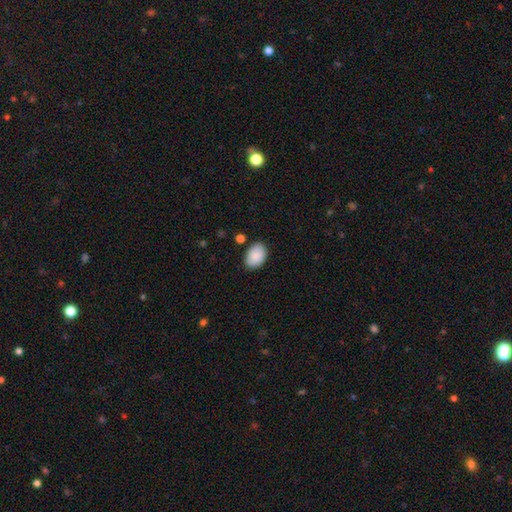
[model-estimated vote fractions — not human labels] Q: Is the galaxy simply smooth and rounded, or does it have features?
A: smooth — 89%.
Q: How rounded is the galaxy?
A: in between — 85%.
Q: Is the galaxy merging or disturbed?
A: none — 82%.